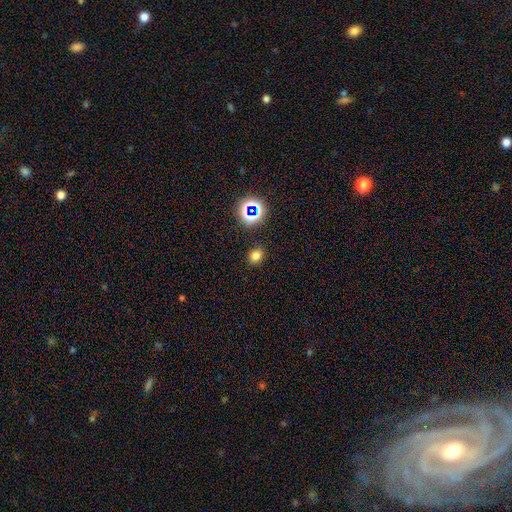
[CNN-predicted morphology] type=smooth (73%); roundness=round (64%); merging=none (88%).